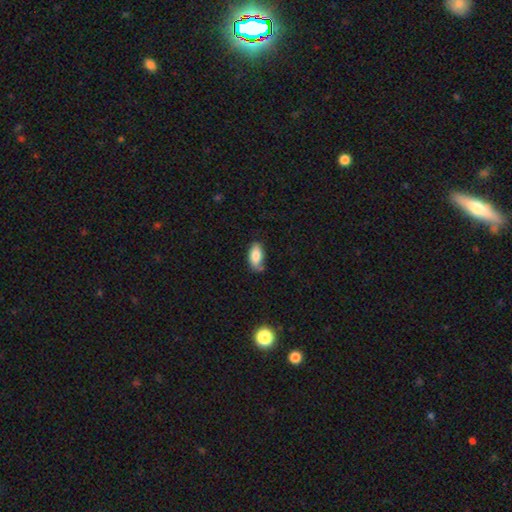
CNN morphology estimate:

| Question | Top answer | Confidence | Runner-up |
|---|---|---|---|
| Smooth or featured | smooth | 80% | featured or disk (13%) |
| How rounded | in between | 90% | cigar-shaped (7%) |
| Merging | none | 66% | minor disturbance (25%) |